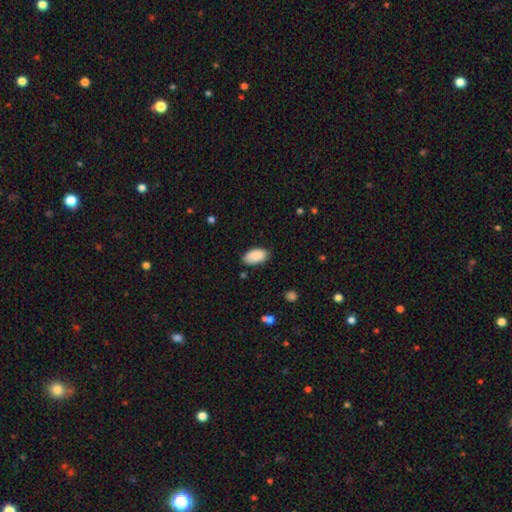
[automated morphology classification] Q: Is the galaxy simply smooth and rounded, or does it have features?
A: smooth — 90%.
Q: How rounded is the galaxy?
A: in between — 95%.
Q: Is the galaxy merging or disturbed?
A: none — 83%.